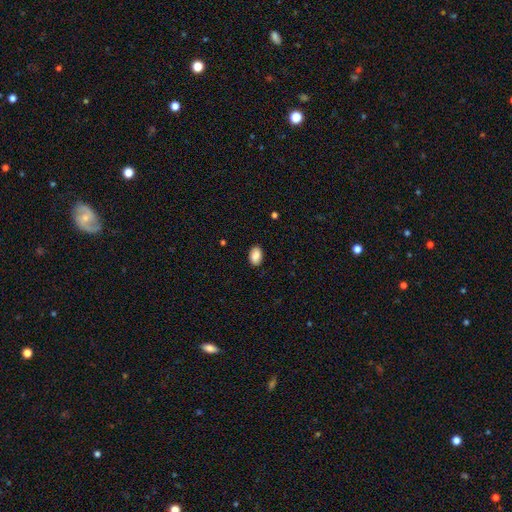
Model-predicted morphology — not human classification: A smooth galaxy with no disk features (88%) that is in between round and cigar-shaped (90%).

Vote fractions:
- Smooth or featured? smooth: 88% / star or artifact: 7% / featured or disk: 5%
- How rounded? in between: 90% / round: 9% / cigar-shaped: 1%
- Merging? none: 87% / minor disturbance: 10% / major disturbance: 2% / merger: 1%